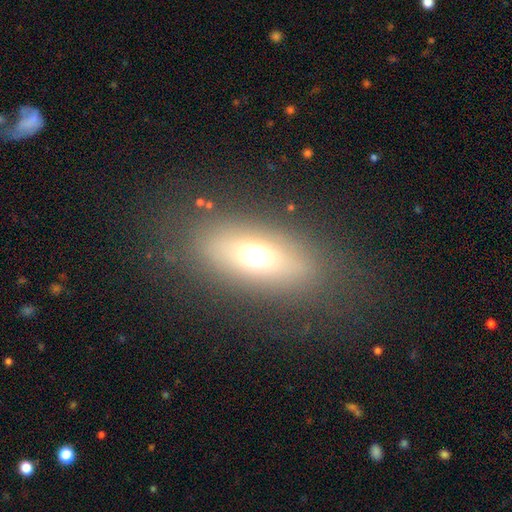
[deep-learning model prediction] Q: Smooth or featured?
A: smooth (60%); runner-up: featured or disk (28%)
Q: How rounded?
A: in between (70%); runner-up: cigar-shaped (23%)
Q: Merging?
A: none (81%); runner-up: minor disturbance (11%)